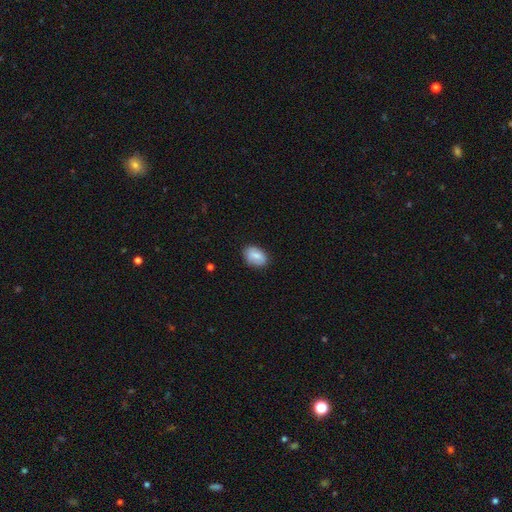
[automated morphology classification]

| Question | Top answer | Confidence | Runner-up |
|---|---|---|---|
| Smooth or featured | smooth | 79% | featured or disk (14%) |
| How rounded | in between | 81% | round (18%) |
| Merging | none | 79% | minor disturbance (16%) |